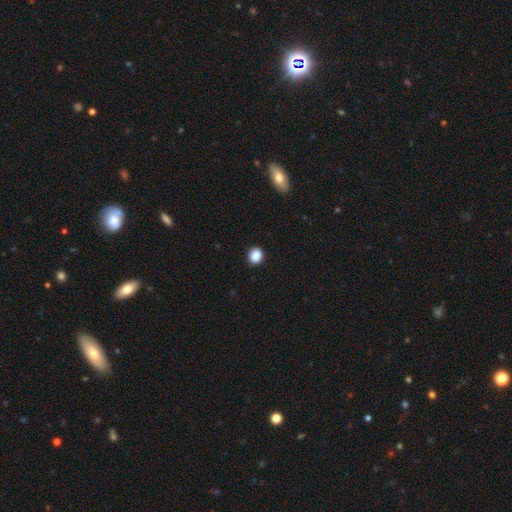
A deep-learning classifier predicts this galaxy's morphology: Smooth or featured?
  - smooth: 88% *
  - star or artifact: 10%
  - featured or disk: 3%
How rounded?
  - round: 61% *
  - in between: 38%
  - cigar-shaped: 1%
Merging?
  - none: 90% *
  - minor disturbance: 7%
  - major disturbance: 2%
  - merger: 1%